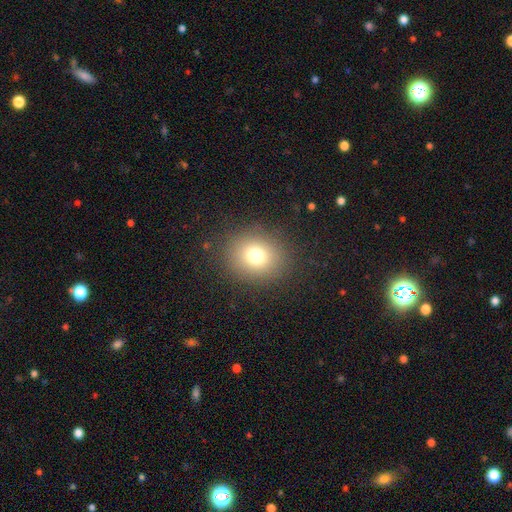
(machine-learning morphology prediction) This appears to be a smooth galaxy with no disk features (75%) that is round (72%). Merging: none (87%).